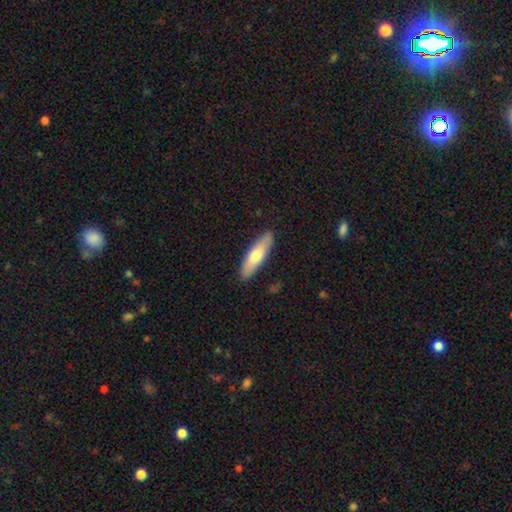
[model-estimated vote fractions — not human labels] smooth-or-featured: smooth: 69% | featured or disk: 25% | star or artifact: 5%
  how-rounded: cigar-shaped: 63% | in between: 36% | round: 2%
  merging: none: 88% | minor disturbance: 9% | major disturbance: 2% | merger: 1%